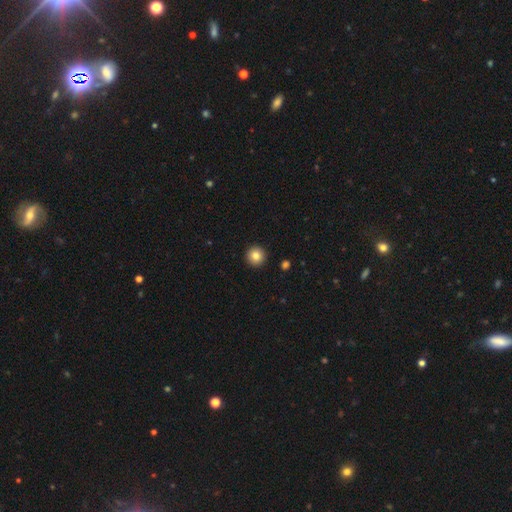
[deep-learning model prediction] smooth-or-featured: smooth: 84% | star or artifact: 10% | featured or disk: 7%
  how-rounded: round: 96% | in between: 3% | cigar-shaped: 1%
  merging: none: 93% | minor disturbance: 4% | major disturbance: 1% | merger: 1%